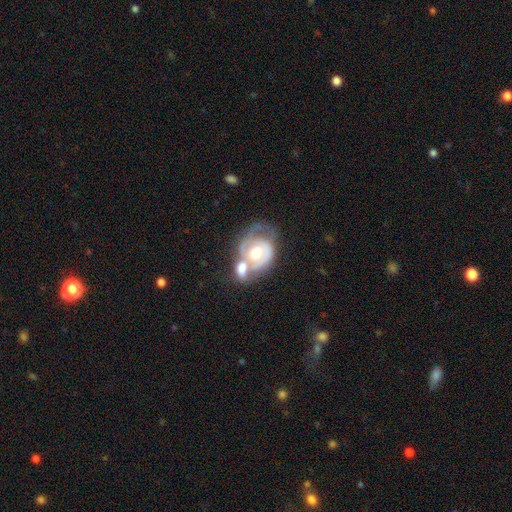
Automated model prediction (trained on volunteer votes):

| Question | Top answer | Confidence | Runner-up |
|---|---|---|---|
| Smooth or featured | featured or disk | 74% | smooth (20%) |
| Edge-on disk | no | 97% | yes (3%) |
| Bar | no | 71% | weak (23%) |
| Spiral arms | yes | 77% | no (23%) |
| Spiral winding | tight | 55% | medium (33%) |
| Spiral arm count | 2 | 49% | 1 (23%) |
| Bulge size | moderate | 66% | small (20%) |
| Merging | merger | 44% | none (29%) |